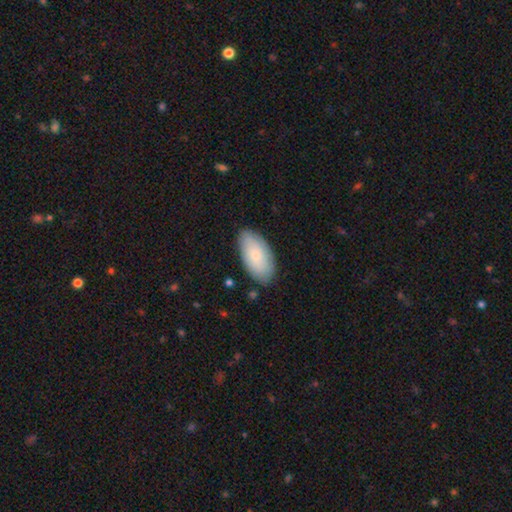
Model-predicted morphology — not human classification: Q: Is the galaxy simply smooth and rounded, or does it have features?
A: smooth — 79%.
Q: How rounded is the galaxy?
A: in between — 95%.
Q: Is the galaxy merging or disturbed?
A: none — 83%.